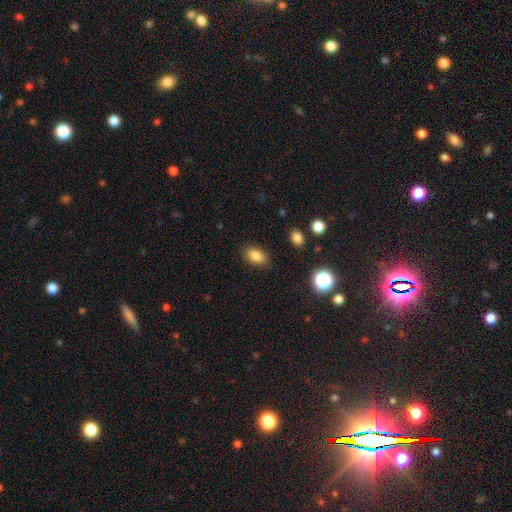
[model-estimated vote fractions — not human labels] Q: Smooth or featured?
A: smooth (84%); runner-up: star or artifact (10%)
Q: How rounded?
A: in between (86%); runner-up: round (12%)
Q: Merging?
A: none (86%); runner-up: minor disturbance (10%)